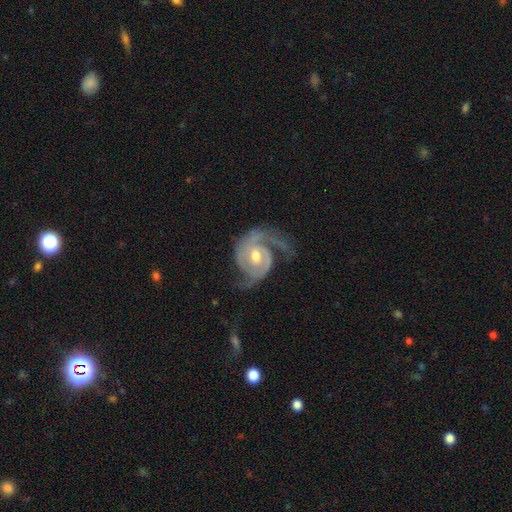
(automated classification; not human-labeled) A featured or disk galaxy (92%) with no bar (56%), 2 (80%) medium (46%) spiral arms (98%) and a moderate central bulge (72%).

Vote fractions:
- Smooth or featured? featured or disk: 92% / smooth: 5% / star or artifact: 4%
- Edge-on disk? no: 98% / yes: 2%
- Bar? no: 56% / weak: 34% / strong: 10%
- Spiral arms? yes: 98% / no: 2%
- Spiral winding? medium: 46% / tight: 39% / loose: 15%
- Spiral arm count? 2: 80% / 3: 7% / 1: 5% / can't tell: 4% / 4: 2% / more than 4: 2%
- Bulge size? moderate: 72% / small: 22% / large: 4% / none: 1% / dominant: 1%
- Merging? none: 62% / minor disturbance: 21% / major disturbance: 16% / merger: 2%